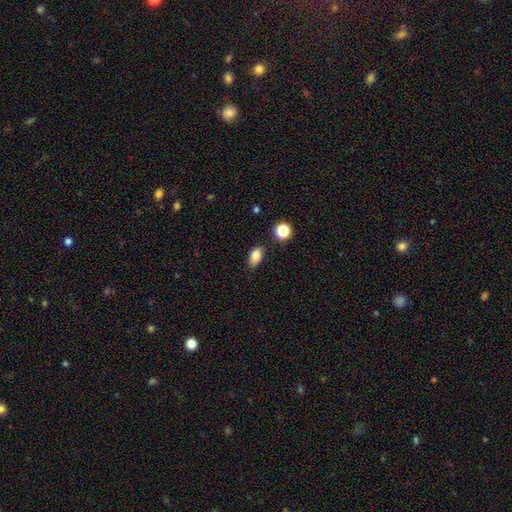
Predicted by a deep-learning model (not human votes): Smooth or featured?
  - smooth: 85% *
  - star or artifact: 10%
  - featured or disk: 5%
How rounded?
  - in between: 88% *
  - round: 9%
  - cigar-shaped: 3%
Merging?
  - none: 80% *
  - minor disturbance: 15%
  - major disturbance: 3%
  - merger: 3%